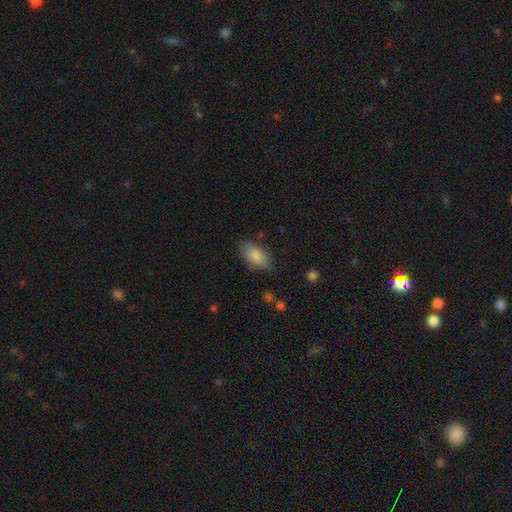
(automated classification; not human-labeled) Smooth or featured? smooth (87%)
How rounded? in between (92%)
Merging? none (78%)